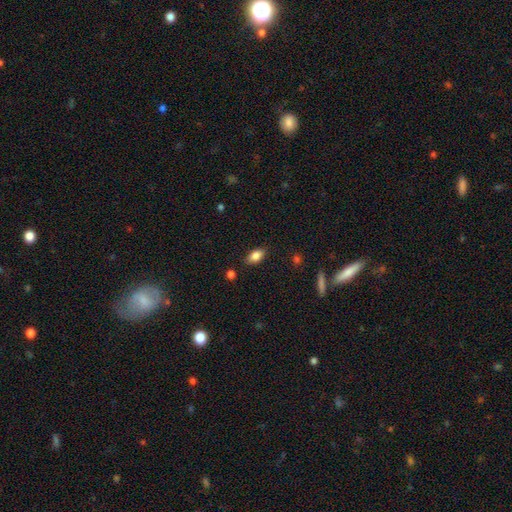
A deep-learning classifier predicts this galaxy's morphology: A smooth galaxy with no disk features (83%) that is in between round and cigar-shaped (88%). Merging: none (83%).